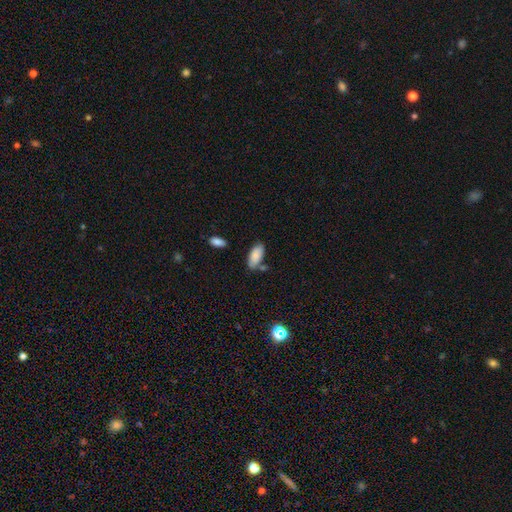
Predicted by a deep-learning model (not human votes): The model was most divided on "merging": none: 63%, minor disturbance: 20%, merger: 12%, major disturbance: 5%. More confident: how rounded — in between (90%); smooth or featured — smooth (85%).